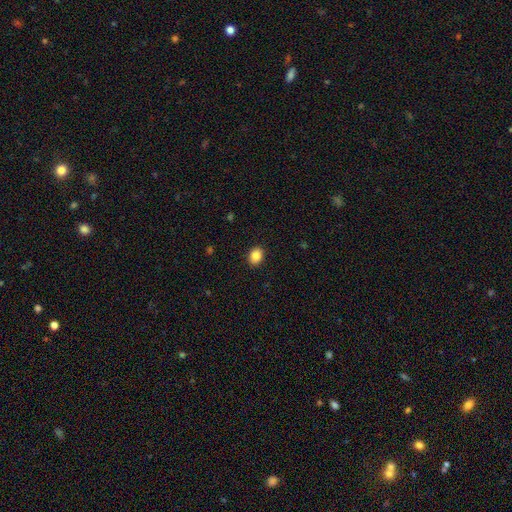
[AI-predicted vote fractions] smooth_or_featured: smooth (p=0.87) [alt: star or artifact p=0.09]
how_rounded: in between (p=0.58) [alt: round p=0.41]
merging: none (p=0.91) [alt: minor disturbance p=0.07]